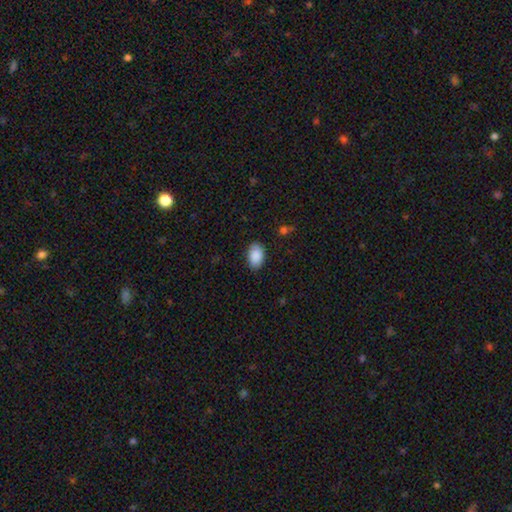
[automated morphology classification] smooth 90%, star or artifact 7%, featured or disk 4%. Down the decision tree: how rounded — in between (91%); merging — none (86%).